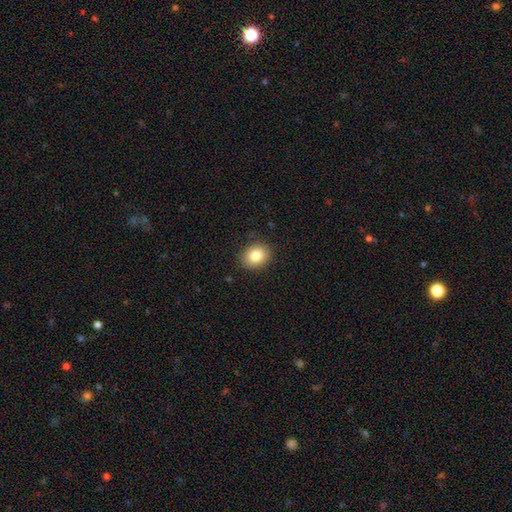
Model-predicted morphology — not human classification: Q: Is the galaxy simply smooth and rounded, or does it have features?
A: smooth — 83%.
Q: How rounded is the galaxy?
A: round — 51%.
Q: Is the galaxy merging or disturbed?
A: none — 88%.